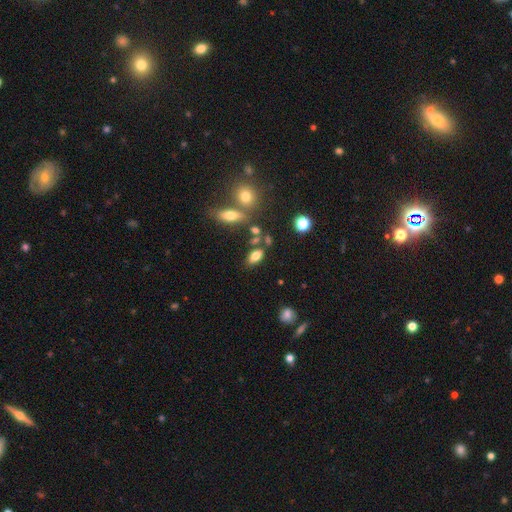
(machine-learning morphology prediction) Q: Smooth or featured?
A: smooth (78%); runner-up: featured or disk (12%)
Q: How rounded?
A: in between (87%); runner-up: round (7%)
Q: Merging?
A: none (66%); runner-up: merger (15%)